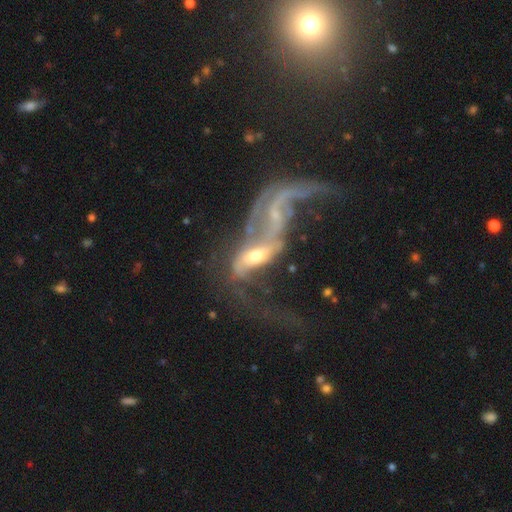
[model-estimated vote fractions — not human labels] Smooth or featured: featured or disk — 72% (smooth — 18%)
Edge-on disk: no — 91% (yes — 9%)
Bar: no — 49% (weak — 31%)
Spiral arms: yes — 71% (no — 29%)
Bulge size: moderate — 43% (small — 40%)
Merging: merger — 61% (major disturbance — 23%)